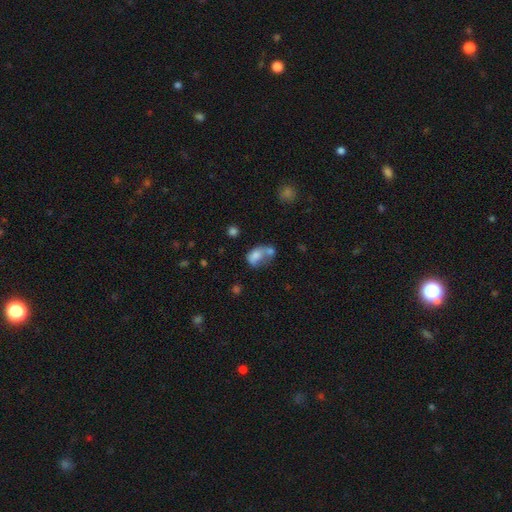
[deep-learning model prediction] This is likely a smooth galaxy (70%). How rounded: likely in between (75%). Merging: possibly merger (55%).